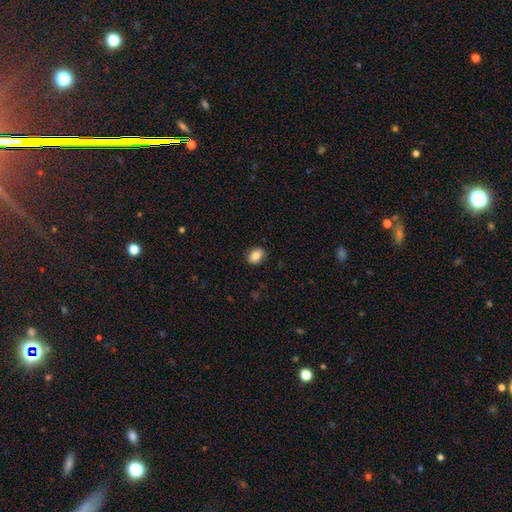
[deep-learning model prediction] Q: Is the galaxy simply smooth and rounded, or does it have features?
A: smooth — 85%.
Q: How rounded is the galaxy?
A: in between — 72%.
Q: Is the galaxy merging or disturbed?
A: none — 88%.